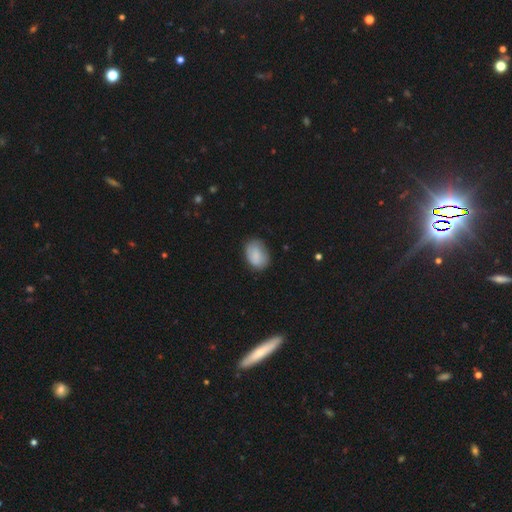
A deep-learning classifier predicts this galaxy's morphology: type=smooth (81%); roundness=in between (80%); merging=none (74%).